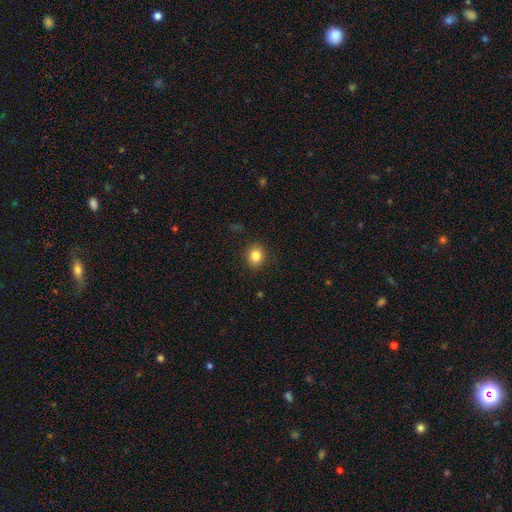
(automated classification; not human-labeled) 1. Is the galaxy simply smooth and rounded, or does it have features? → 84% smooth, 10% star or artifact, 6% featured or disk.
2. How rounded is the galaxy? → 73% round, 26% in between, 1% cigar-shaped.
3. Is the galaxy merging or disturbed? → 89% none, 8% minor disturbance, 2% major disturbance, 1% merger.